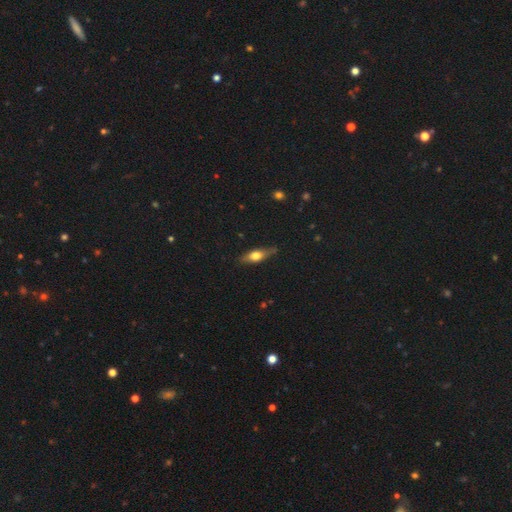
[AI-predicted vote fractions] This is possibly a smooth galaxy (50%). How rounded: possibly in between (51%). Merging: likely none (79%).